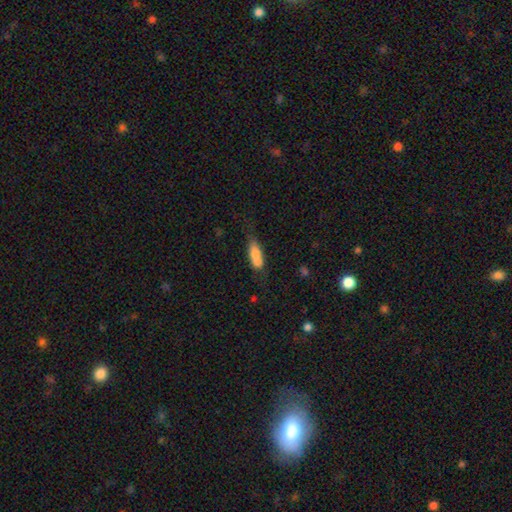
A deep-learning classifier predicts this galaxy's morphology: smooth_or_featured: smooth (p=0.69) [alt: featured or disk p=0.23]
how_rounded: in between (p=0.62) [alt: cigar-shaped p=0.33]
merging: merger (p=0.43) [alt: none p=0.34]